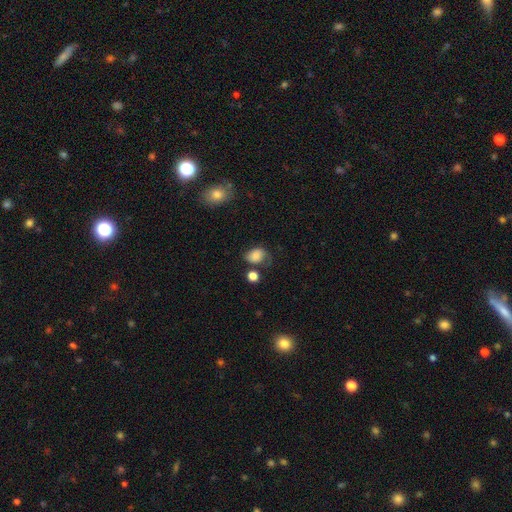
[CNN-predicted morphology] Smooth or featured? smooth (69%)
How rounded? in between (60%)
Merging? none (43%)